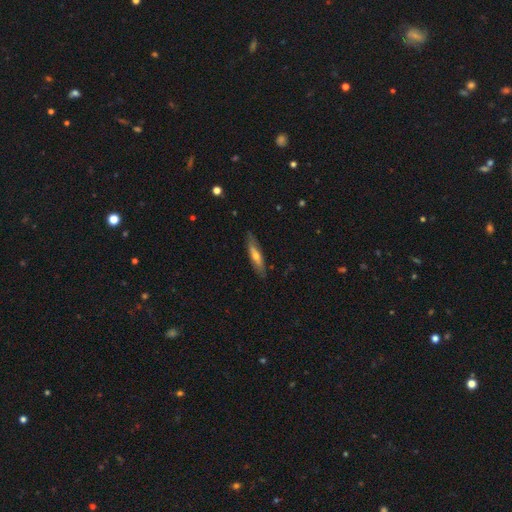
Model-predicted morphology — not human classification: smooth_or_featured: featured or disk (p=0.50) [alt: smooth p=0.44]
disk_edge_on: yes (p=0.75) [alt: no p=0.25]
merging: none (p=0.83) [alt: minor disturbance p=0.13]